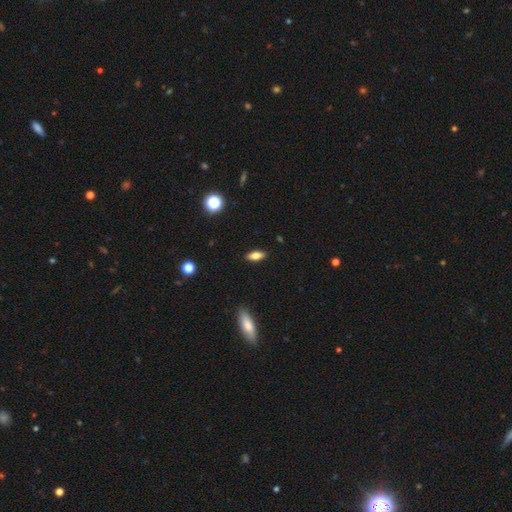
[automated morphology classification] smooth 72%, featured or disk 19%, star or artifact 9%. Down the decision tree: how rounded — in between (75%); merging — none (88%).